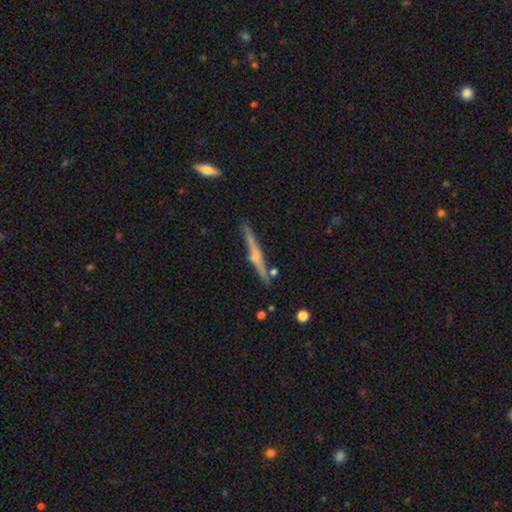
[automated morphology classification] Smooth or featured? featured or disk (72%)
Edge-on disk? yes (98%)
Edge-on bulge? rounded (74%)
Merging? none (84%)